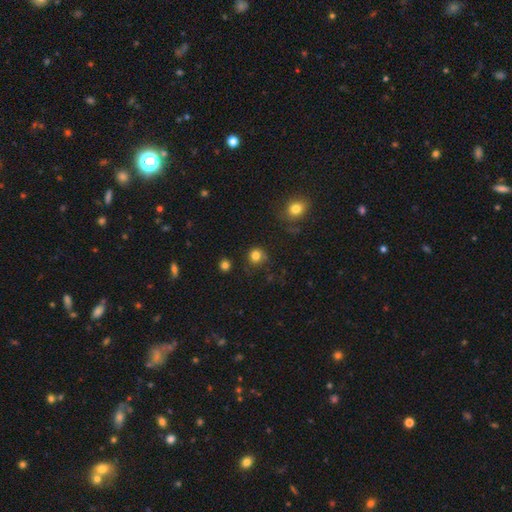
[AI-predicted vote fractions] This is clearly a smooth galaxy (81%). How rounded: clearly round (89%). Merging: likely none (77%).